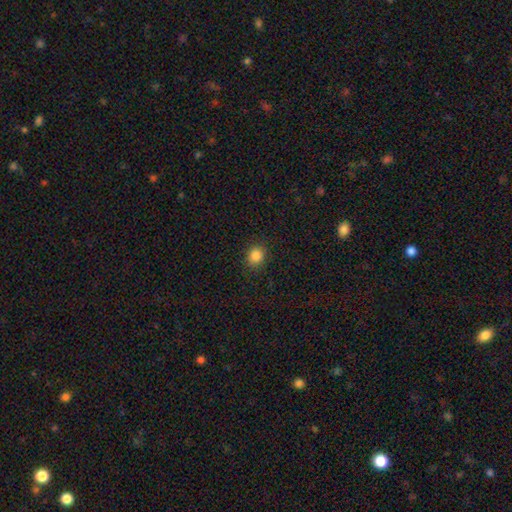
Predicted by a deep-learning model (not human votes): smooth-or-featured: smooth: 85% | star or artifact: 11% | featured or disk: 4%
  how-rounded: round: 71% | in between: 28% | cigar-shaped: 1%
  merging: none: 89% | minor disturbance: 8% | major disturbance: 2% | merger: 1%